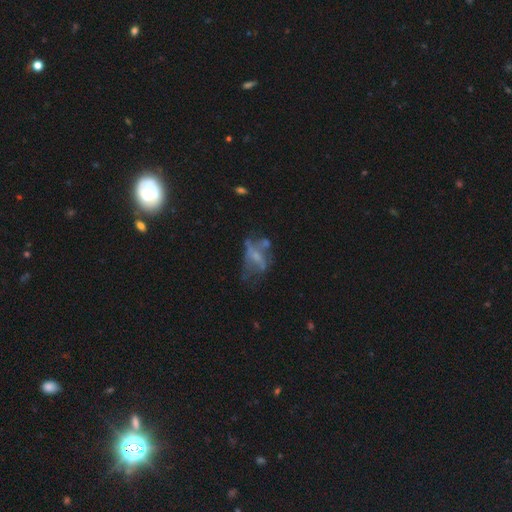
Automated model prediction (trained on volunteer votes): The model was most divided on "bulge size": small: 39%, none: 35%, moderate: 23%, large: 3%, dominant: 1%. Remaining: edge-on disk — no (95%); spiral arms — no (76%); bar — no (69%); smooth or featured — featured or disk (58%); merging — major disturbance (37%).